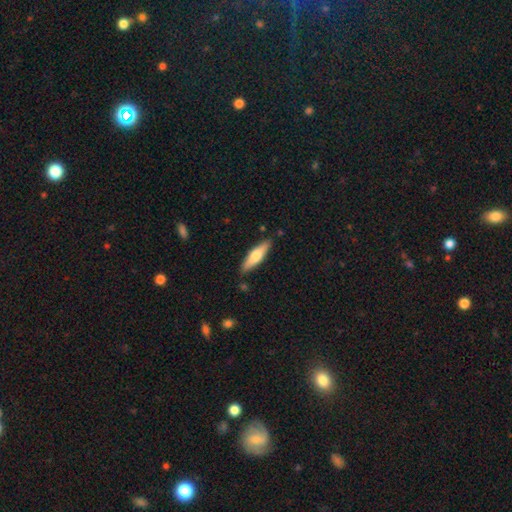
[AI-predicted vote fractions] smooth 58%, featured or disk 37%, star or artifact 5%. Down the decision tree: how rounded — cigar-shaped (66%); merging — none (85%).